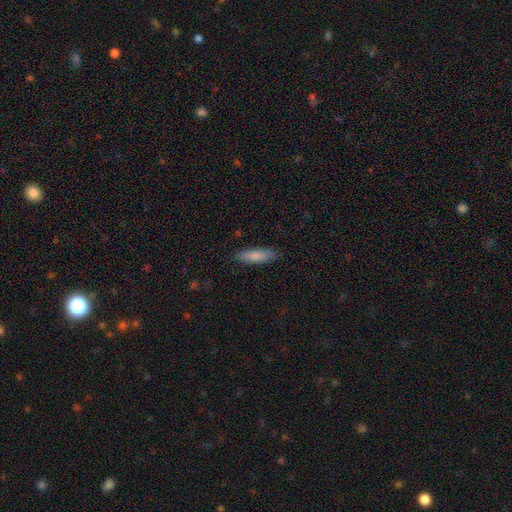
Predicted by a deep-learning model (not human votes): Smooth or featured? Predicted: smooth (p=0.82). How rounded? Predicted: cigar-shaped (p=0.58). Merging? Predicted: none (p=0.87).